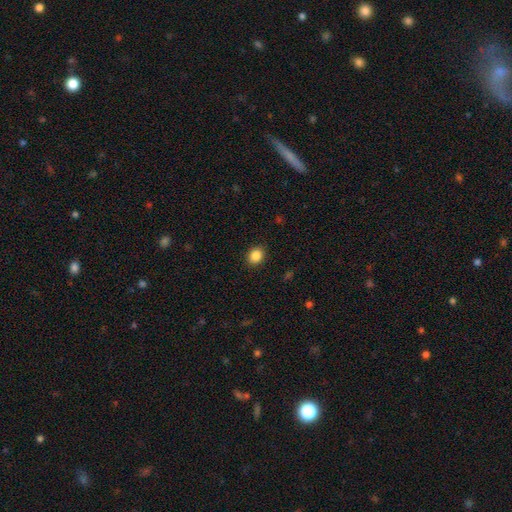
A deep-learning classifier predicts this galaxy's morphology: Smooth or featured: smooth — 87% (star or artifact — 10%)
How rounded: round — 61% (in between — 38%)
Merging: none — 90% (minor disturbance — 7%)